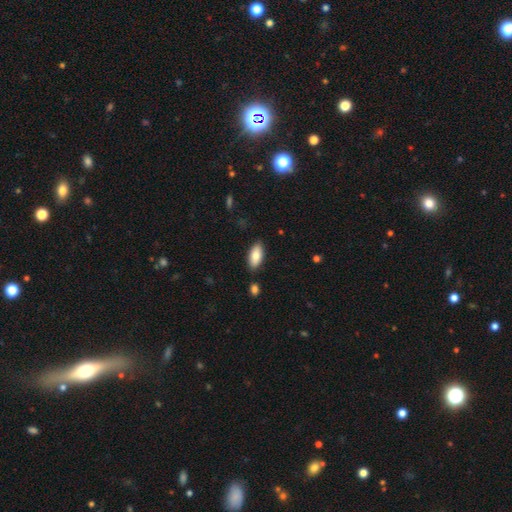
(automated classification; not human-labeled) Smooth or featured? smooth (83%)
How rounded? in between (89%)
Merging? none (86%)